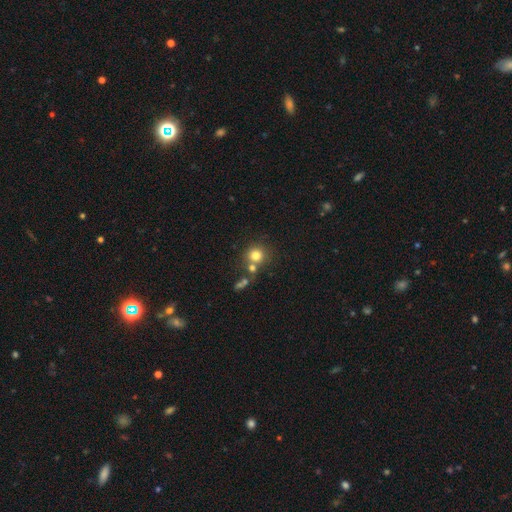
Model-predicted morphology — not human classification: Smooth or featured? smooth (77%)
How rounded? round (88%)
Merging? none (60%)